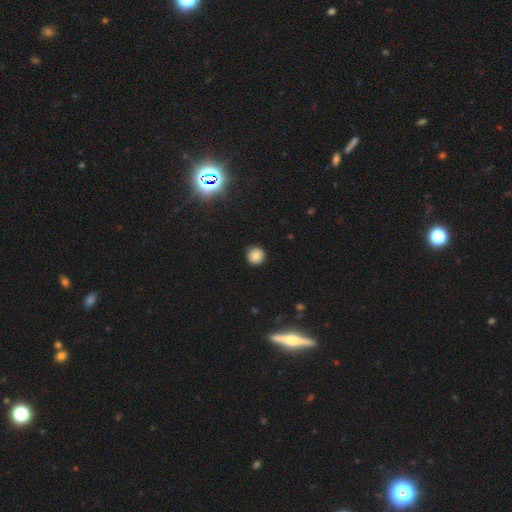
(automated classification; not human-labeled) Smooth or featured? Predicted: smooth (p=0.82). How rounded? Predicted: round (p=0.94). Merging? Predicted: none (p=0.88).